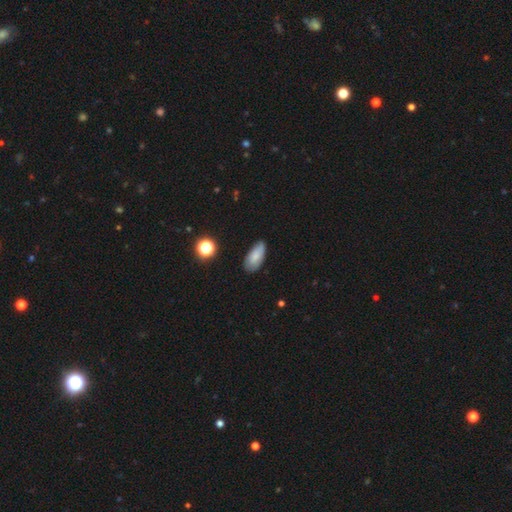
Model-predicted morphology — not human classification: Q: Smooth or featured?
A: smooth (75%); runner-up: featured or disk (16%)
Q: How rounded?
A: in between (89%); runner-up: cigar-shaped (8%)
Q: Merging?
A: none (72%); runner-up: minor disturbance (22%)